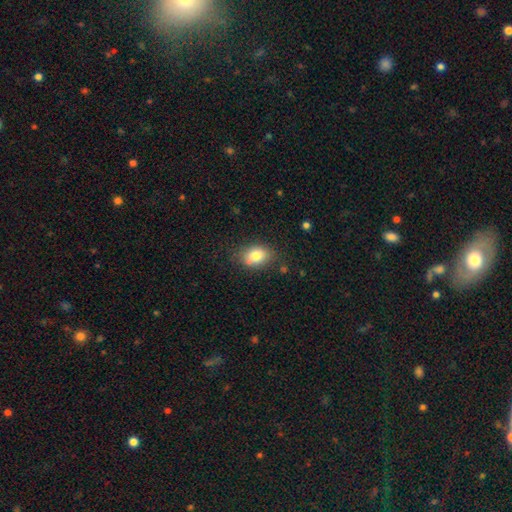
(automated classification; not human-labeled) Smooth or featured?
  - smooth: 80% *
  - featured or disk: 11%
  - star or artifact: 9%
How rounded?
  - in between: 70% *
  - round: 29%
  - cigar-shaped: 1%
Merging?
  - none: 75% *
  - minor disturbance: 16%
  - merger: 4%
  - major disturbance: 4%